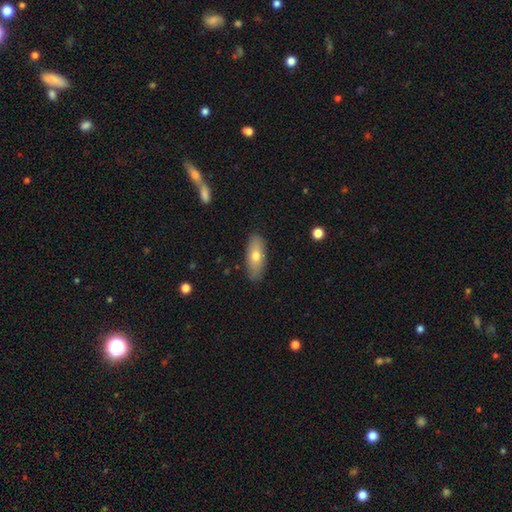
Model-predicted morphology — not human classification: smooth_or_featured: smooth (p=0.68) [alt: featured or disk p=0.25]
how_rounded: in between (p=0.79) [alt: cigar-shaped p=0.18]
merging: none (p=0.86) [alt: minor disturbance p=0.10]